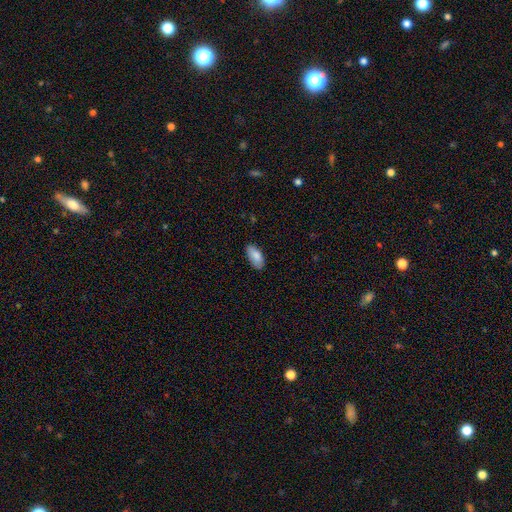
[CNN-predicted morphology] This appears to be a smooth galaxy with no disk features (86%) that is in between round and cigar-shaped (91%). Merging: none (81%).